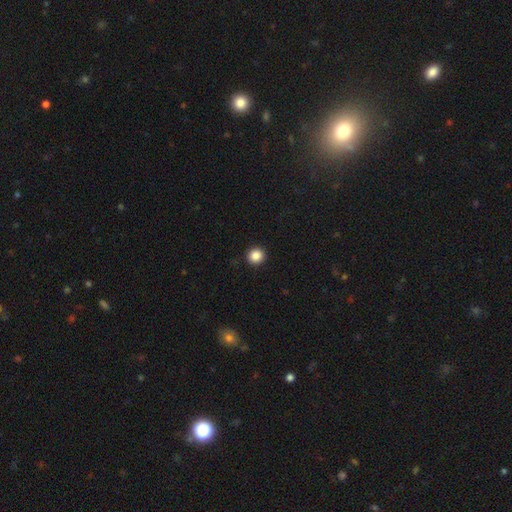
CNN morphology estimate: Q: Smooth or featured?
A: smooth (87%); runner-up: star or artifact (10%)
Q: How rounded?
A: round (94%); runner-up: in between (6%)
Q: Merging?
A: none (93%); runner-up: minor disturbance (5%)